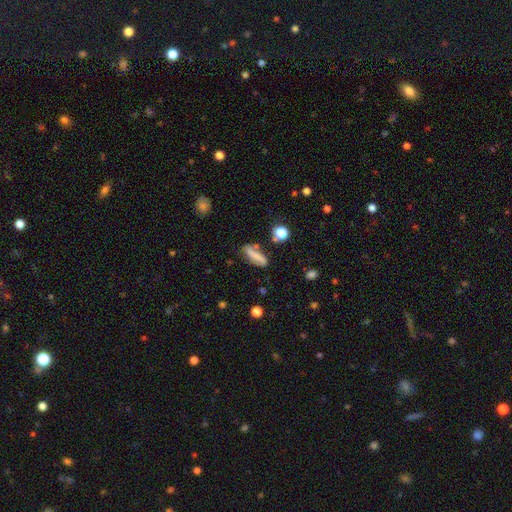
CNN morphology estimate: smooth-or-featured: smooth: 56% | featured or disk: 34% | star or artifact: 11%
  how-rounded: cigar-shaped: 55% | in between: 40% | round: 5%
  merging: none: 62% | minor disturbance: 21% | major disturbance: 8% | merger: 8%